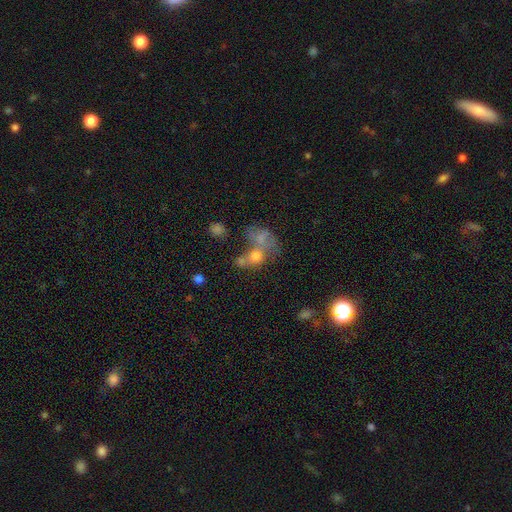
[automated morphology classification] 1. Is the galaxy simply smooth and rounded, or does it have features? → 55% smooth, 27% featured or disk, 18% star or artifact.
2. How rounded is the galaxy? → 53% in between, 45% round, 2% cigar-shaped.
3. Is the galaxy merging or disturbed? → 53% merger, 22% none, 16% major disturbance, 10% minor disturbance.